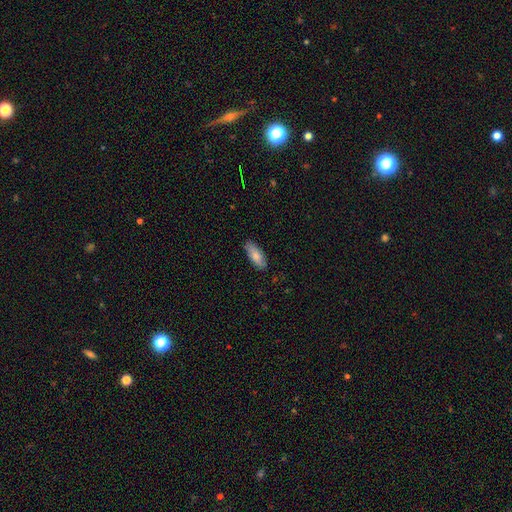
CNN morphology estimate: smooth 82%, featured or disk 12%, star or artifact 6%. Down the decision tree: how rounded — in between (77%); merging — none (85%).